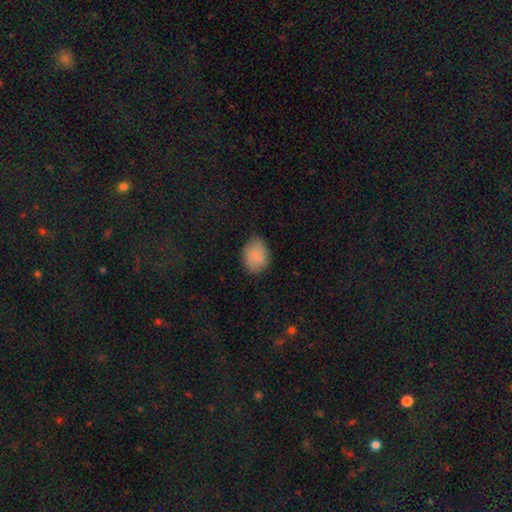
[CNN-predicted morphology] A smooth galaxy with no disk features (82%) that is in between round and cigar-shaped (67%). Merging: none (75%).